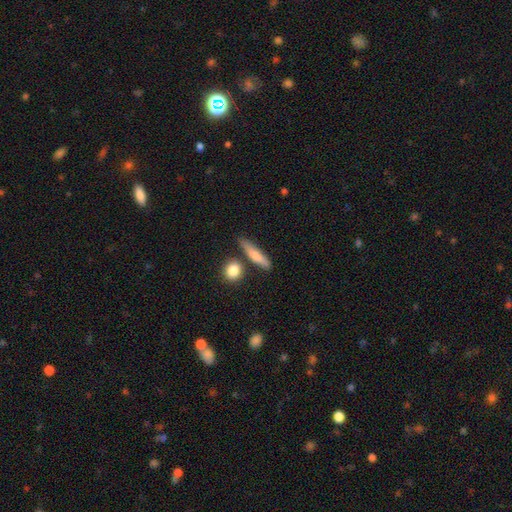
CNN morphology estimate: This is likely a smooth galaxy (71%). How rounded: likely cigar-shaped (73%). Merging: likely none (71%).